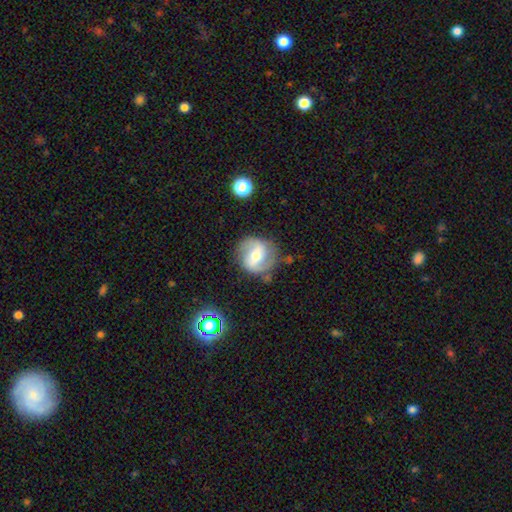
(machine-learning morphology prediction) This appears to be a featured or disk galaxy (70%) with a strong bar (40%), 2 (87%) medium (45%) spiral arms (83%) and a moderate central bulge (60%). Merging: none (75%).